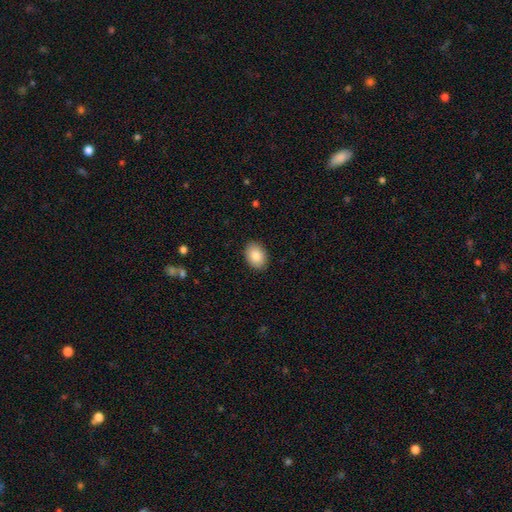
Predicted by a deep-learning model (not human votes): Smooth or featured? smooth (86%)
How rounded? in between (79%)
Merging? none (89%)